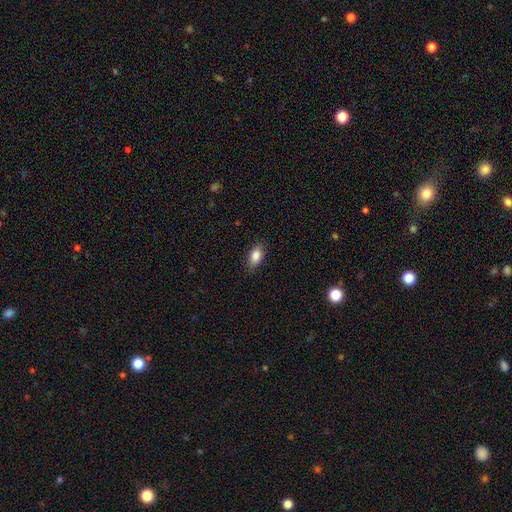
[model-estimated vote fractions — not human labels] This is clearly a smooth galaxy (86%). How rounded: clearly in between (89%). Merging: clearly none (84%).